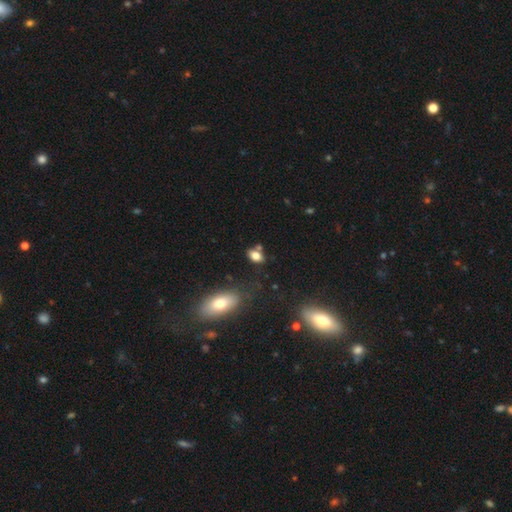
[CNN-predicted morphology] smooth-or-featured: smooth: 79% | star or artifact: 11% | featured or disk: 10%
  how-rounded: in between: 78% | round: 19% | cigar-shaped: 3%
  merging: none: 62% | minor disturbance: 17% | merger: 16% | major disturbance: 5%